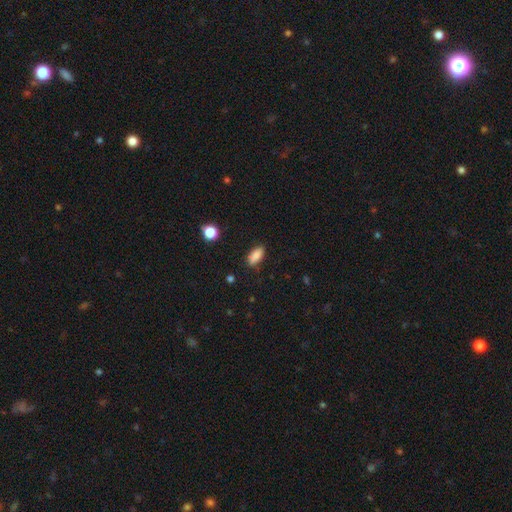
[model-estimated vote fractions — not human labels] A smooth galaxy with no disk features (85%) that is in between round and cigar-shaped (83%).

Vote fractions:
- Smooth or featured? smooth: 85% / star or artifact: 9% / featured or disk: 7%
- How rounded? in between: 83% / cigar-shaped: 13% / round: 3%
- Merging? none: 77% / minor disturbance: 17% / major disturbance: 3% / merger: 2%